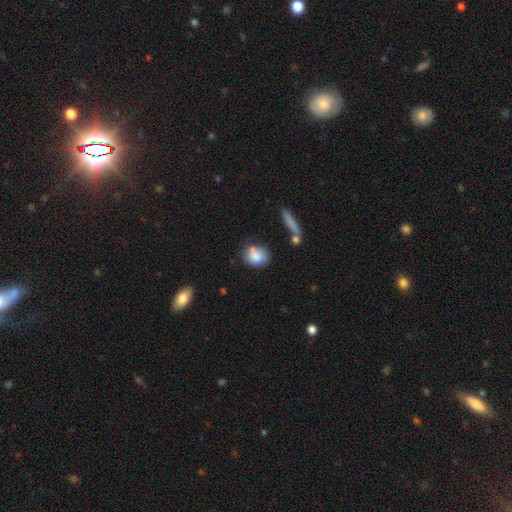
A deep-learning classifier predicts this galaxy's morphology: smooth_or_featured: smooth (p=0.81) [alt: featured or disk p=0.11]
how_rounded: round (p=0.56) [alt: in between p=0.41]
merging: none (p=0.58) [alt: minor disturbance p=0.20]